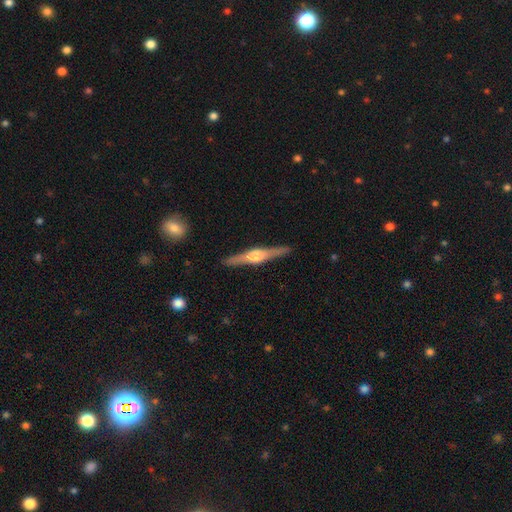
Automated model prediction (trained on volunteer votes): This is clearly a featured or disk galaxy (80%). It is clearly viewed edge-on (98%). Edge-on bulge: clearly rounded (87%). Merging: clearly none (91%).